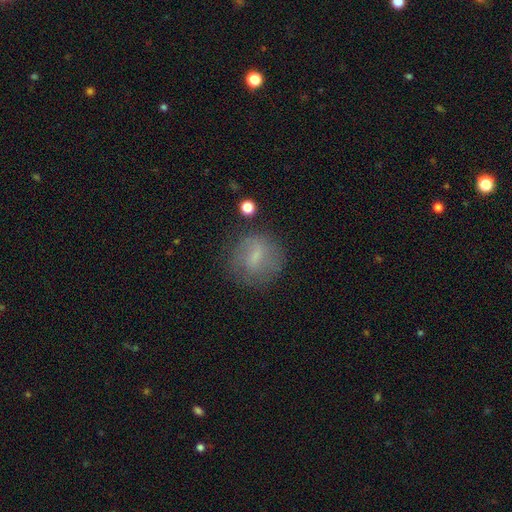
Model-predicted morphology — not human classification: Q: Smooth or featured?
A: smooth (60%); runner-up: featured or disk (29%)
Q: How rounded?
A: round (78%); runner-up: in between (20%)
Q: Merging?
A: none (71%); runner-up: minor disturbance (18%)